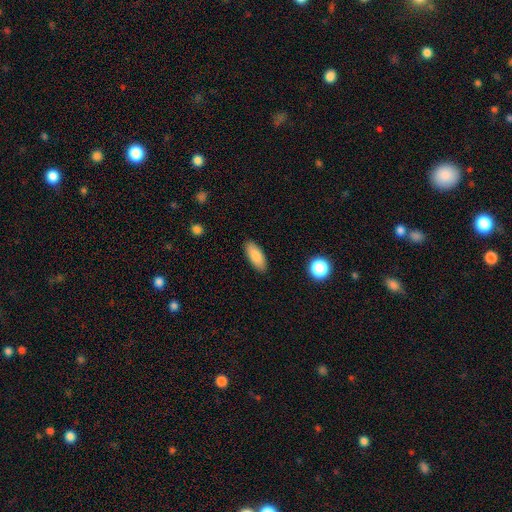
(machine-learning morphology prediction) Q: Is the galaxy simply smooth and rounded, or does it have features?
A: smooth — 86%.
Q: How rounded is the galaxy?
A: in between — 77%.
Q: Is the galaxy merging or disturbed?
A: none — 89%.